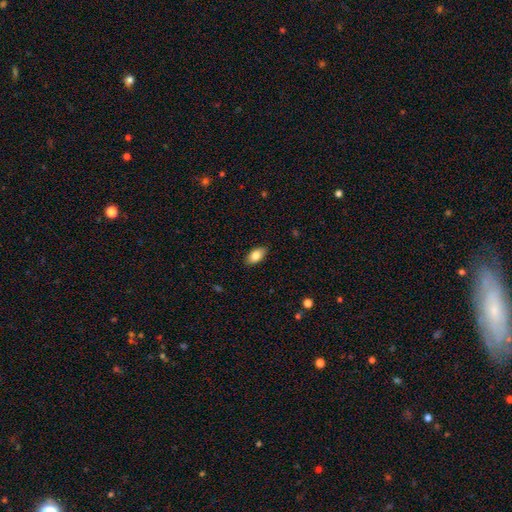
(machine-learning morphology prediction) Smooth or featured?
  - smooth: 85% *
  - featured or disk: 8%
  - star or artifact: 7%
How rounded?
  - in between: 92% *
  - round: 5%
  - cigar-shaped: 3%
Merging?
  - none: 87% *
  - minor disturbance: 10%
  - major disturbance: 2%
  - merger: 1%